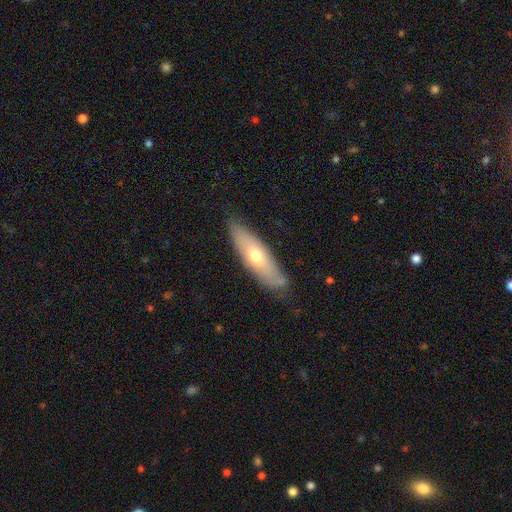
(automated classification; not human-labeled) Smooth or featured? smooth (50%)
Merging? none (77%)